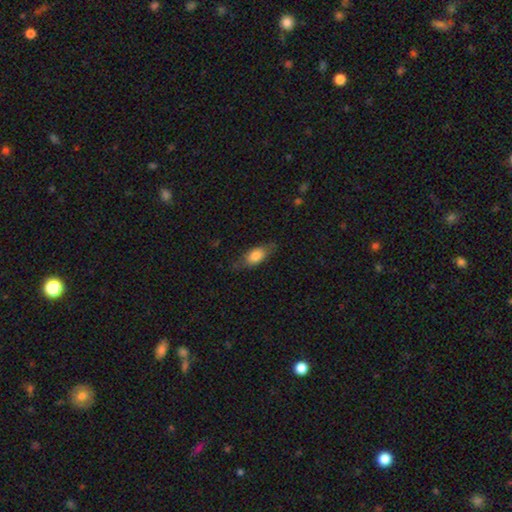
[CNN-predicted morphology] Q: Smooth or featured?
A: smooth (74%); runner-up: featured or disk (19%)
Q: How rounded?
A: in between (82%); runner-up: cigar-shaped (13%)
Q: Merging?
A: none (69%); runner-up: minor disturbance (22%)